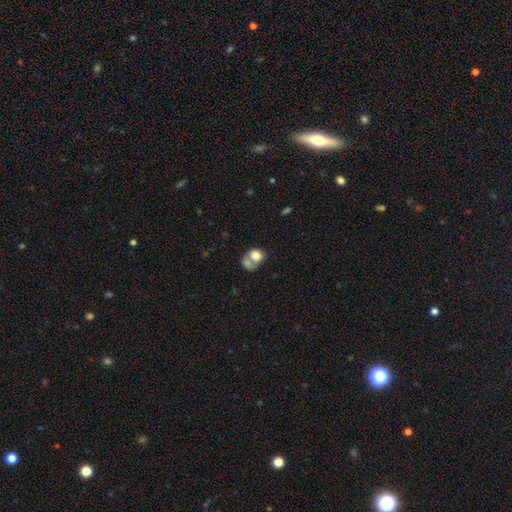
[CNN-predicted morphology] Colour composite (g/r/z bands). It shows a smooth galaxy with no disk features (72%) that is round (54%). Merging: merger (55%).